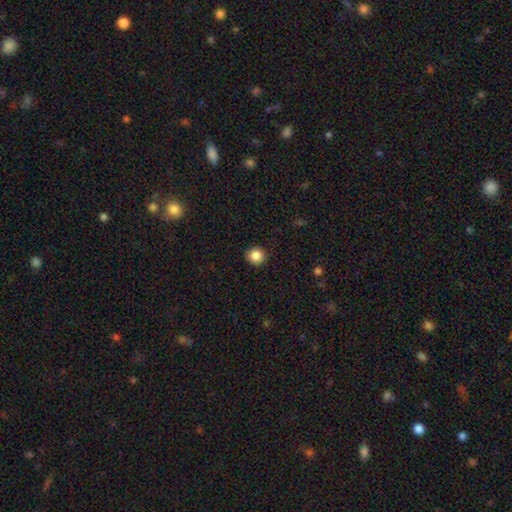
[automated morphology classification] This is clearly a smooth galaxy (87%). How rounded: clearly round (92%). Merging: clearly none (92%).